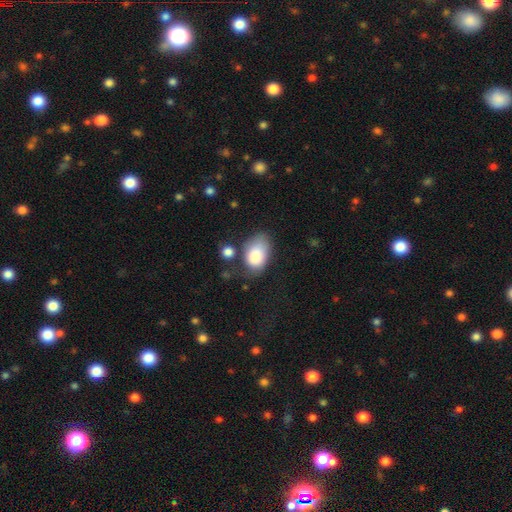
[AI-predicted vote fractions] Smooth or featured? smooth (84%)
How rounded? in between (90%)
Merging? none (48%)